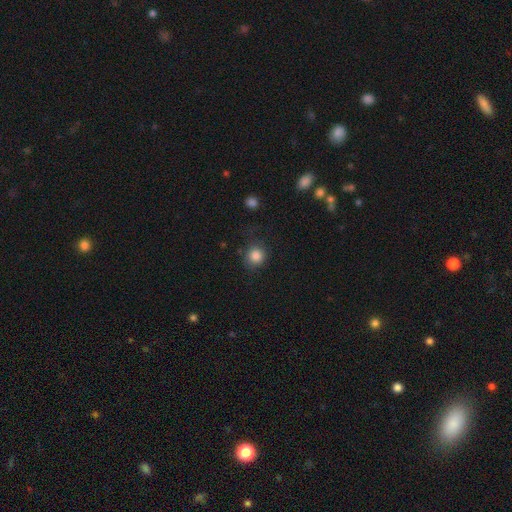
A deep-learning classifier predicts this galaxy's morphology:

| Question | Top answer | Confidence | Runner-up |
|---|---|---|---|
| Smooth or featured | smooth | 84% | star or artifact (11%) |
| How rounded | round | 90% | in between (9%) |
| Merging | none | 79% | minor disturbance (14%) |